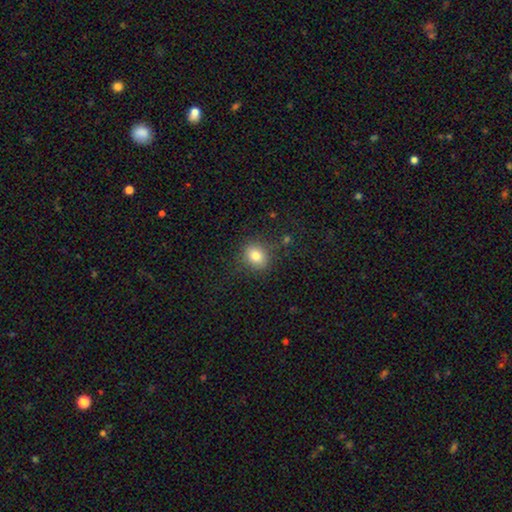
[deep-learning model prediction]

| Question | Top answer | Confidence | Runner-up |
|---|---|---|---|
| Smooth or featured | smooth | 81% | star or artifact (11%) |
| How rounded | round | 58% | in between (41%) |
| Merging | none | 82% | minor disturbance (11%) |